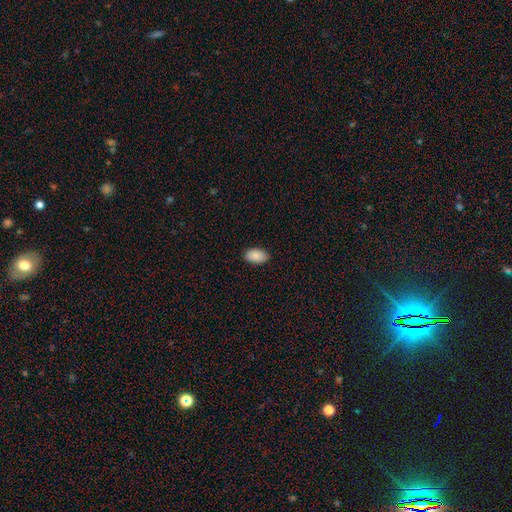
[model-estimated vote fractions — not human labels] Smooth or featured: smooth — 89% (star or artifact — 7%)
How rounded: in between — 94% (round — 4%)
Merging: none — 88% (minor disturbance — 10%)